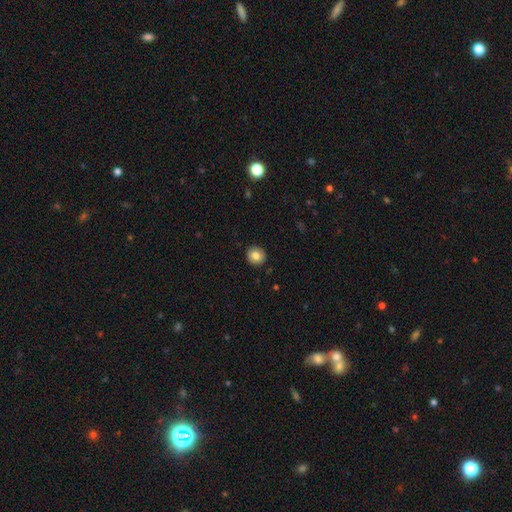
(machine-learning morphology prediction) smooth 81%, featured or disk 10%, star or artifact 9%. Down the decision tree: how rounded — round (87%); merging — none (91%).